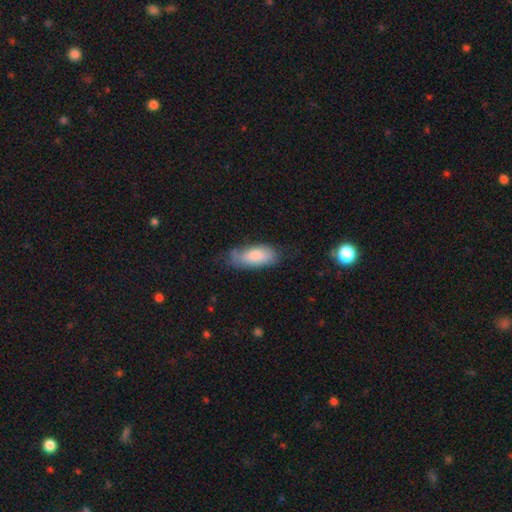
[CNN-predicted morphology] Smooth or featured?
  - smooth: 80% *
  - featured or disk: 14%
  - star or artifact: 6%
How rounded?
  - in between: 87% *
  - cigar-shaped: 11%
  - round: 2%
Merging?
  - none: 52% *
  - minor disturbance: 35%
  - major disturbance: 11%
  - merger: 3%